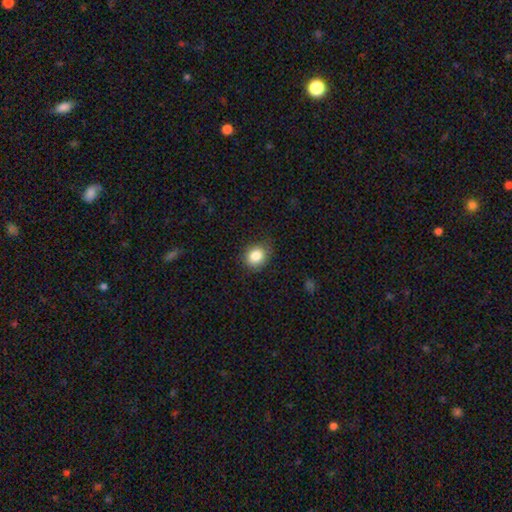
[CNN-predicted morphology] This appears to be a smooth galaxy with no disk features (85%) that is round (63%). Merging: none (81%).